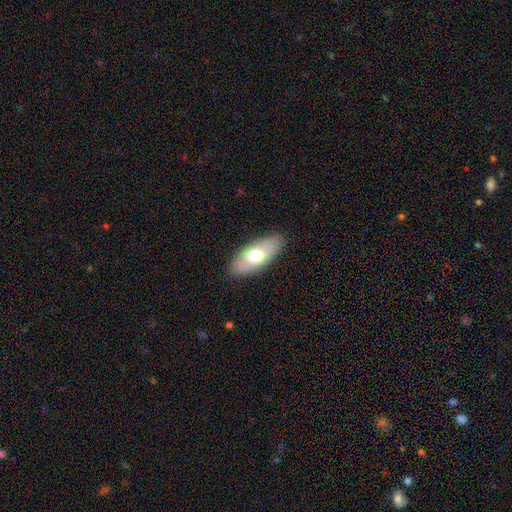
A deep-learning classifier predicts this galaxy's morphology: This appears to be a smooth galaxy with no disk features (66%) that is in between round and cigar-shaped (86%). Merging: none (86%).